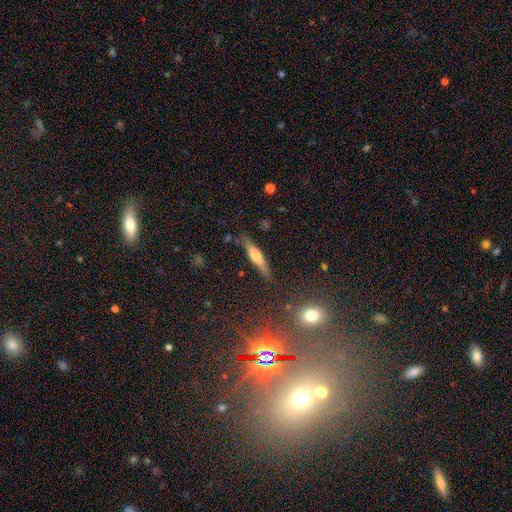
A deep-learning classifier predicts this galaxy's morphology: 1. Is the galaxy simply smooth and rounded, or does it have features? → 48% smooth, 44% featured or disk, 8% star or artifact.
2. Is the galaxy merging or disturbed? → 82% none, 13% minor disturbance, 3% major disturbance, 2% merger.